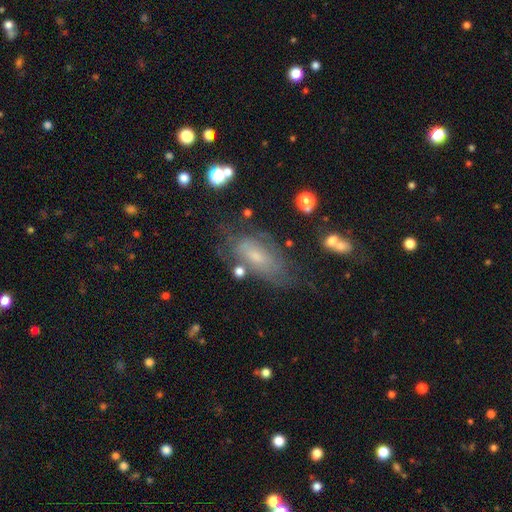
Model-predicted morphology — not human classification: smooth_or_featured: featured or disk (p=0.58) [alt: smooth p=0.32]
disk_edge_on: no (p=0.89) [alt: yes p=0.11]
bar: no (p=0.62) [alt: weak p=0.32]
has_spiral_arms: yes (p=0.73) [alt: no p=0.27]
bulge_size: small (p=0.54) [alt: moderate p=0.33]
merging: none (p=0.59) [alt: minor disturbance p=0.23]